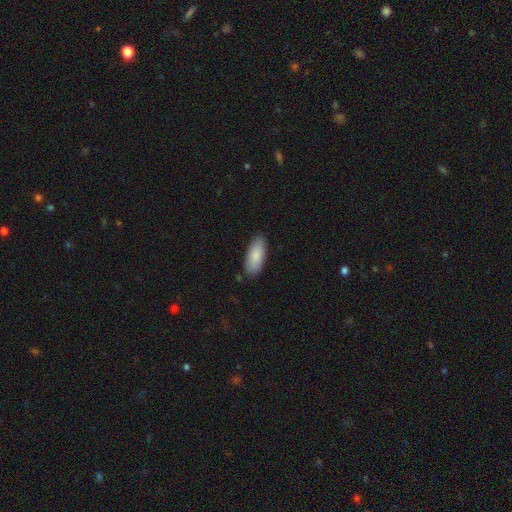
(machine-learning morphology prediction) This is clearly a smooth galaxy (88%). How rounded: clearly in between (85%). Merging: clearly none (85%).